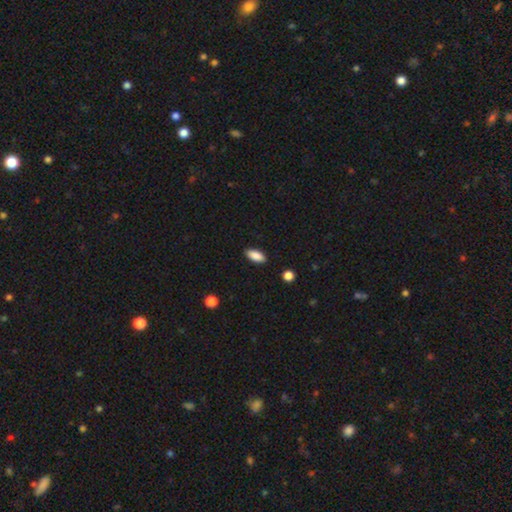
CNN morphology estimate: smooth 88%, star or artifact 7%, featured or disk 5%. Down the decision tree: how rounded — in between (89%); merging — none (88%).